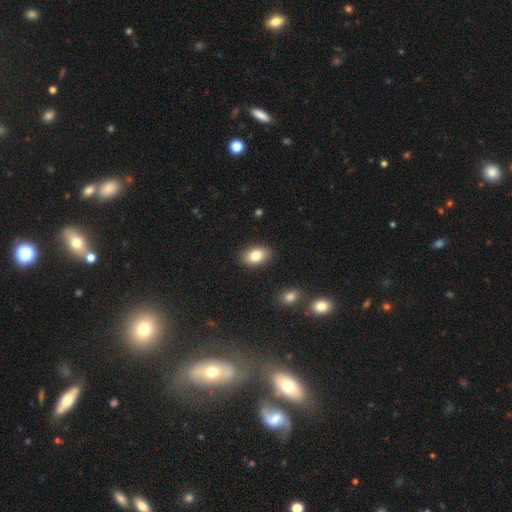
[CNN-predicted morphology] Smooth or featured? Predicted: smooth (p=0.83). How rounded? Predicted: in between (p=0.88). Merging? Predicted: none (p=0.88).